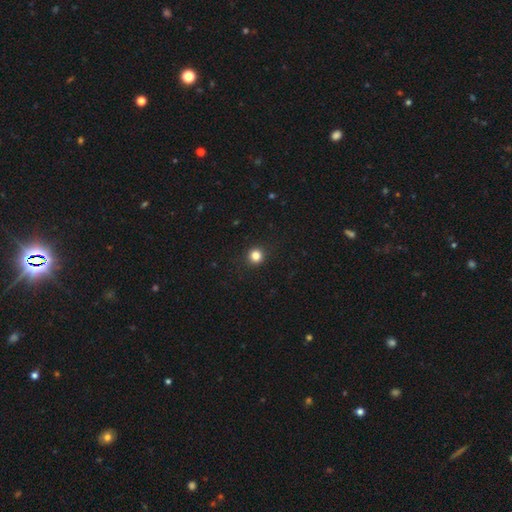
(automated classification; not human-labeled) A smooth galaxy with no disk features (83%) that is round (93%). Merging: none (92%).